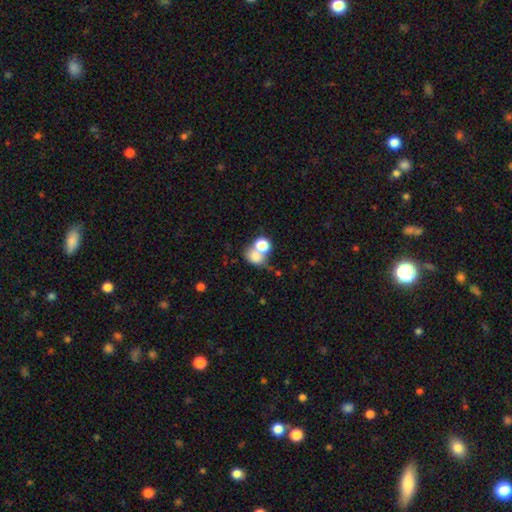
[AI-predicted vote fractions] smooth 74%, featured or disk 14%, star or artifact 12%. Down the decision tree: how rounded — round (53%); merging — merger (56%).